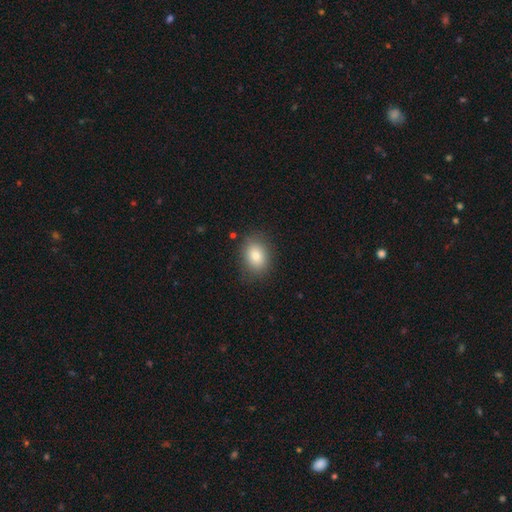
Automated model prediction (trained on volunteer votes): smooth 80%, featured or disk 11%, star or artifact 10%. Down the decision tree: how rounded — in between (63%); merging — none (84%).